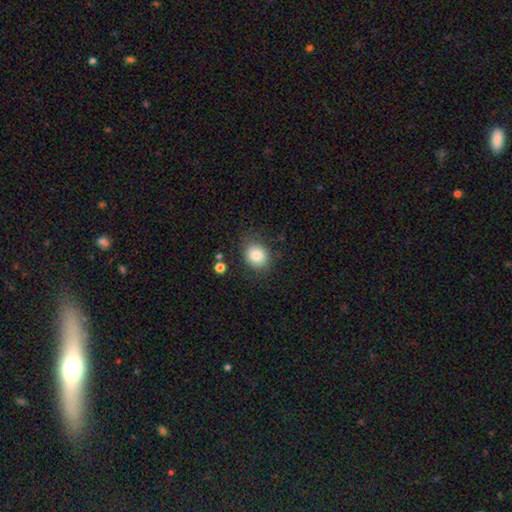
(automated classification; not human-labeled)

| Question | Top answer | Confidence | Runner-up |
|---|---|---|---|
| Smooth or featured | smooth | 85% | star or artifact (9%) |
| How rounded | round | 57% | in between (42%) |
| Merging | none | 77% | minor disturbance (15%) |